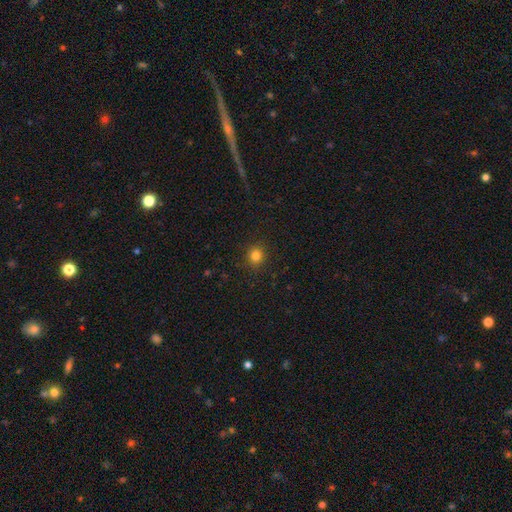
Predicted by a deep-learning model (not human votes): Smooth or featured: smooth — 81% (star or artifact — 14%)
How rounded: round — 87% (in between — 12%)
Merging: none — 90% (minor disturbance — 7%)